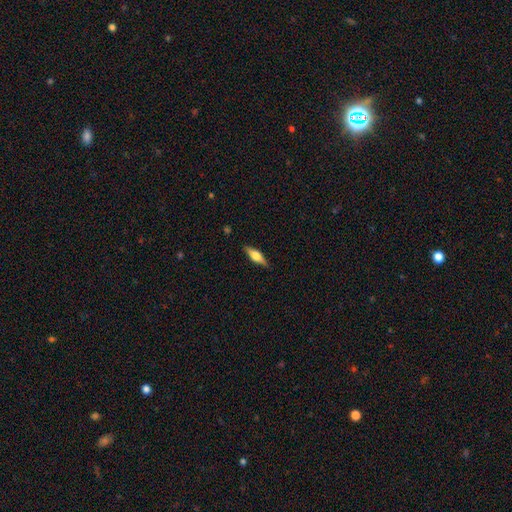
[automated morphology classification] Q: Smooth or featured?
A: featured or disk (49%); runner-up: smooth (44%)
Q: Merging?
A: none (87%); runner-up: minor disturbance (10%)